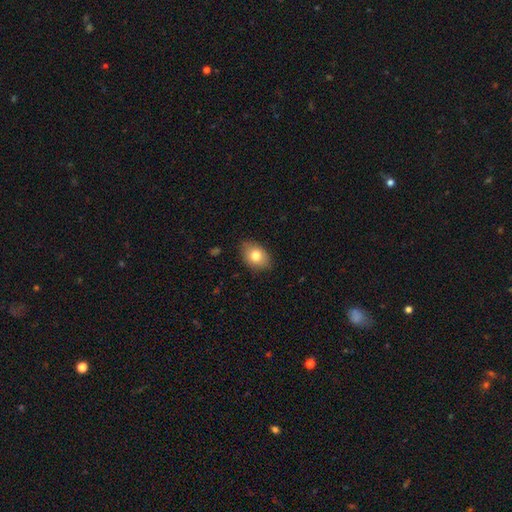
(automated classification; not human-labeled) The model was most divided on "how rounded": in between: 74%, round: 24%, cigar-shaped: 1%. More confident: merging — none (84%); smooth or featured — smooth (79%).